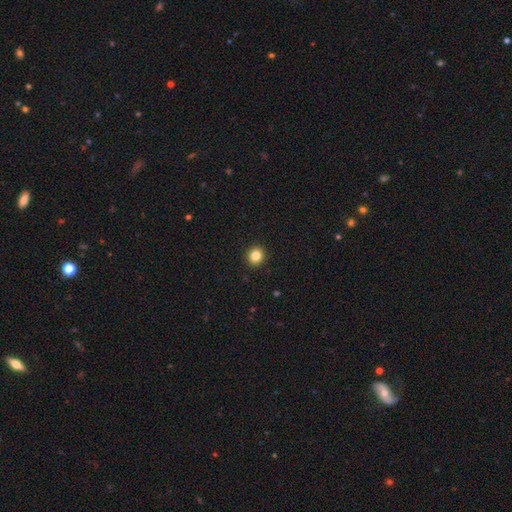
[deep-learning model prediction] The model was most divided on "smooth or featured": smooth: 84%, star or artifact: 11%, featured or disk: 5%. More confident: merging — none (93%); how rounded — round (89%).